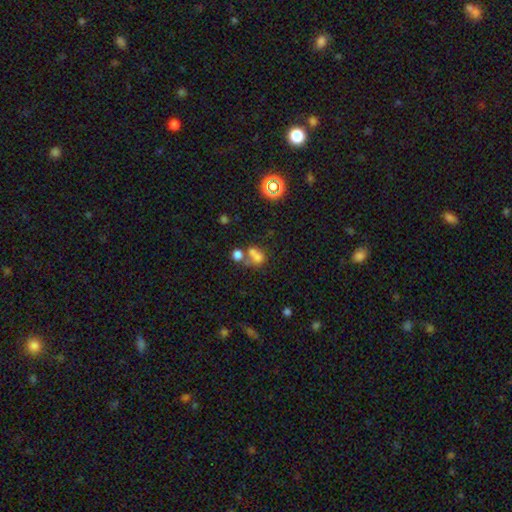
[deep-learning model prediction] Overall: smooth (61%). How rounded: in between (50%; round 48%). Merging: merger (56%; none 26%).